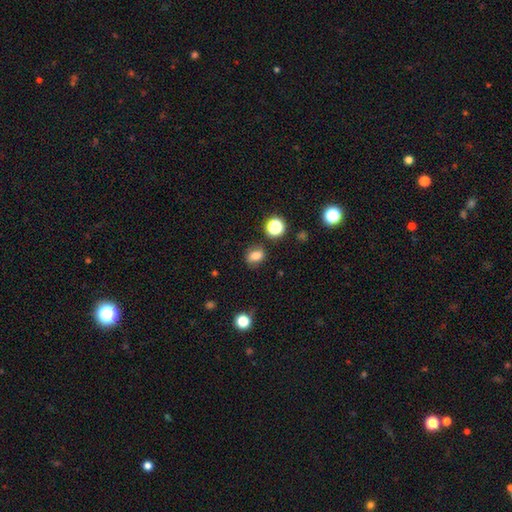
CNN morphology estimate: This appears to be a smooth galaxy with no disk features (79%) that is in between round and cigar-shaped (58%). Merging: none (79%).